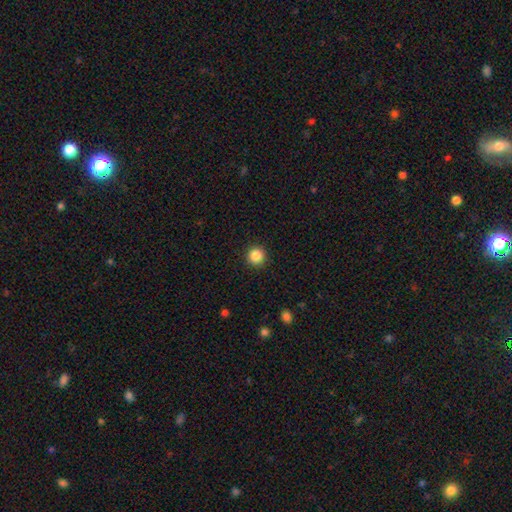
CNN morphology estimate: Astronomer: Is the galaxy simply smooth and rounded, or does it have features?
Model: smooth — 86%.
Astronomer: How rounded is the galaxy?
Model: round — 95%.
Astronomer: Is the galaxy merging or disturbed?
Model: none — 92%.